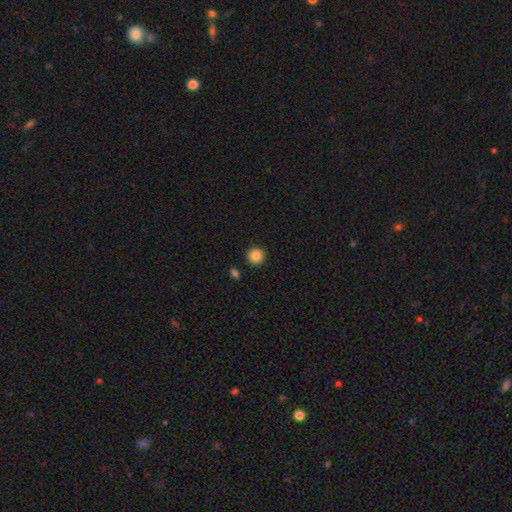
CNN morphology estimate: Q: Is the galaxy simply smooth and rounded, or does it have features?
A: smooth — 86%.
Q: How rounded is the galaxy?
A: round — 95%.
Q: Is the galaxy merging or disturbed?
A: none — 91%.